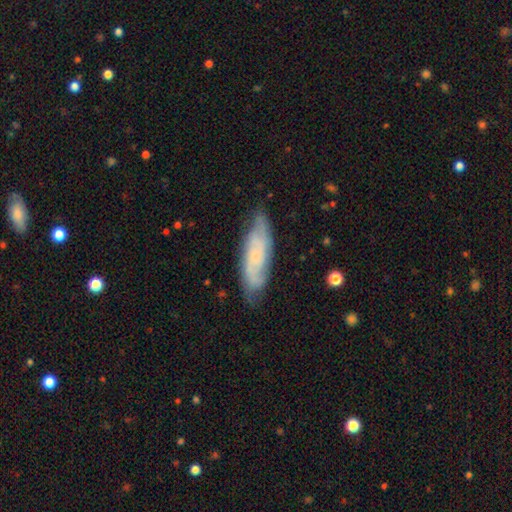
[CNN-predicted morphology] type=featured or disk (60%); edge-on=no (82%); merging=none (74%).